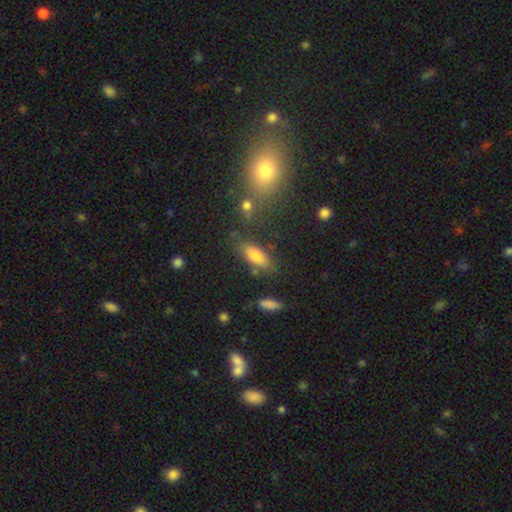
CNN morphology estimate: This appears to be a smooth galaxy with no disk features (78%) that is in between round and cigar-shaped (75%). Merging: none (75%).